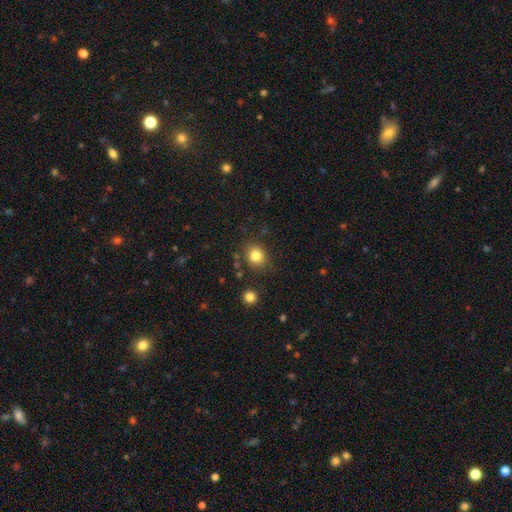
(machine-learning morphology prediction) Smooth or featured? smooth (82%)
How rounded? round (73%)
Merging? none (81%)